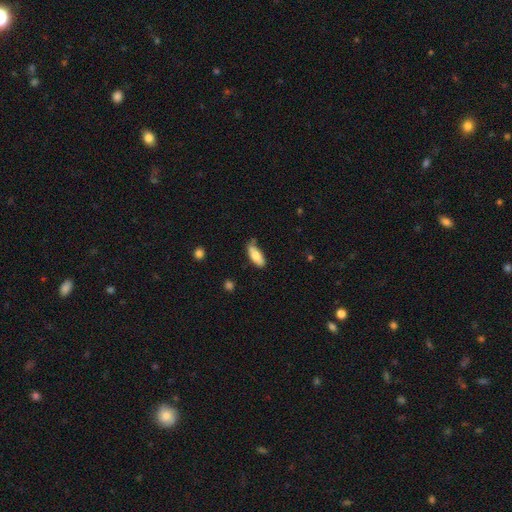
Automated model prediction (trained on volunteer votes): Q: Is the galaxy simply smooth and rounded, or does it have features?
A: smooth — 78%.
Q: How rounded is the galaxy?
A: in between — 77%.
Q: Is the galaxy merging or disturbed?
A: none — 67%.